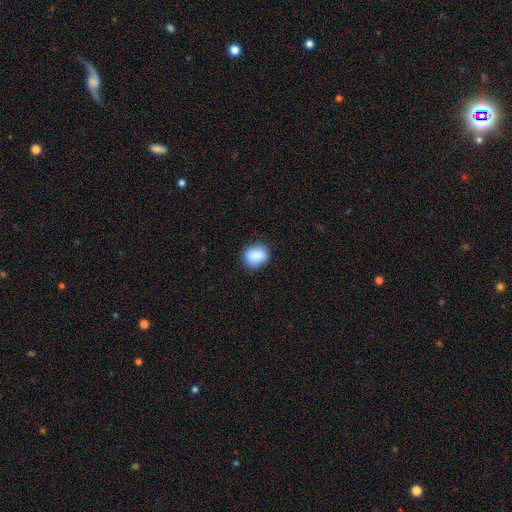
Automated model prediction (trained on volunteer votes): smooth 88%, star or artifact 8%, featured or disk 4%. Down the decision tree: how rounded — round (51%); merging — none (84%).